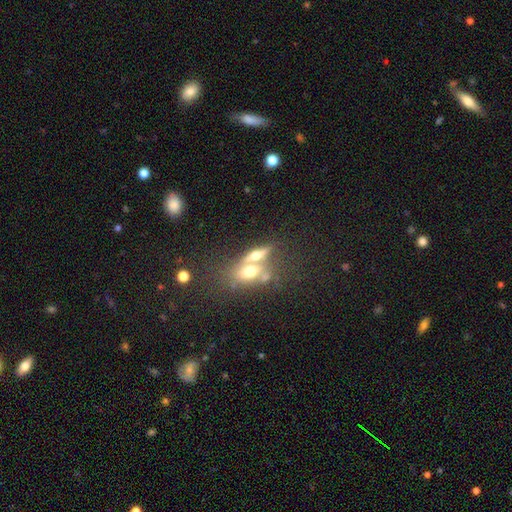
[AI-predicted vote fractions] The model was most divided on "smooth or featured": smooth: 48%, featured or disk: 42%, star or artifact: 10%. More confident: merging — merger (57%).